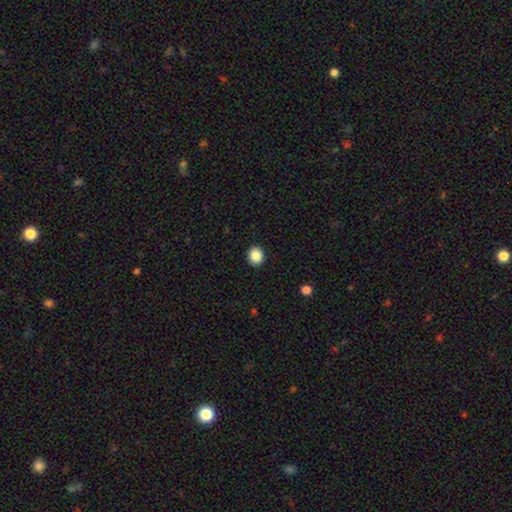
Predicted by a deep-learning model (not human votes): A smooth galaxy with no disk features (87%) that is round (81%). Merging: none (92%).